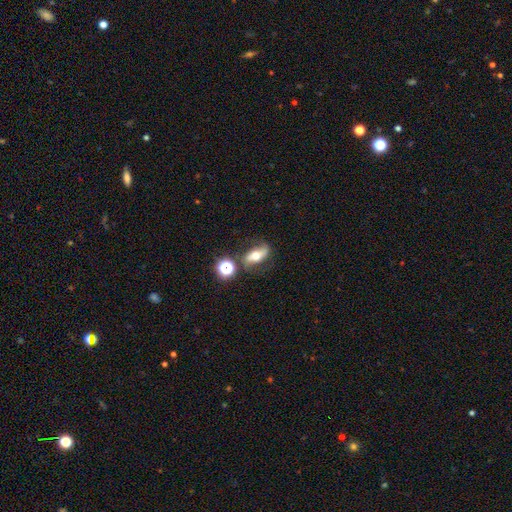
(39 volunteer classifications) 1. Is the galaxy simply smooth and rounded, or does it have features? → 67% featured or disk, 23% smooth, 10% star or artifact.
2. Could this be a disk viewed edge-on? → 73% no, 27% yes.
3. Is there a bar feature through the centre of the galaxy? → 58% strong, 21% weak, 21% no.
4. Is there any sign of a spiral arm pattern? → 95% yes, 5% no.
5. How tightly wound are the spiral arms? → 50% medium (tied), 50% loose (tied), 0% tight.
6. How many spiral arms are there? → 94% 2, 6% can't tell, 0% 1, 0% 3, 0% 4, 0% more than 4.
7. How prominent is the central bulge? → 63% moderate, 26% large, 11% small, 0% dominant, 0% none.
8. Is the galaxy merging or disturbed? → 80% none, 11% minor disturbance, 9% major disturbance, 0% merger.